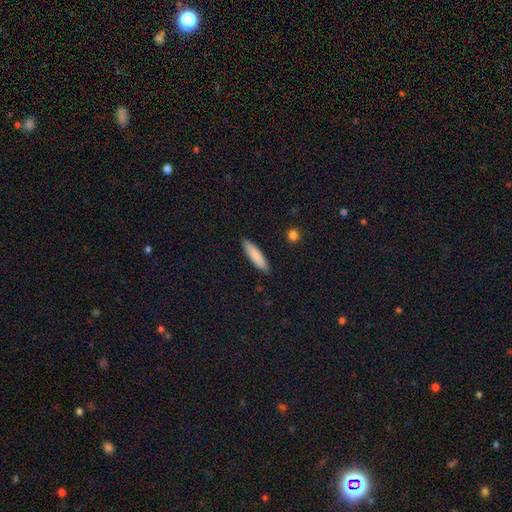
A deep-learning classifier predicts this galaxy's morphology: A smooth galaxy with no disk features (85%) that is cigar-shaped (74%).

Vote fractions:
- Smooth or featured? smooth: 85% / featured or disk: 10% / star or artifact: 6%
- How rounded? cigar-shaped: 74% / in between: 25% / round: 1%
- Merging? none: 89% / minor disturbance: 8% / major disturbance: 2% / merger: 1%